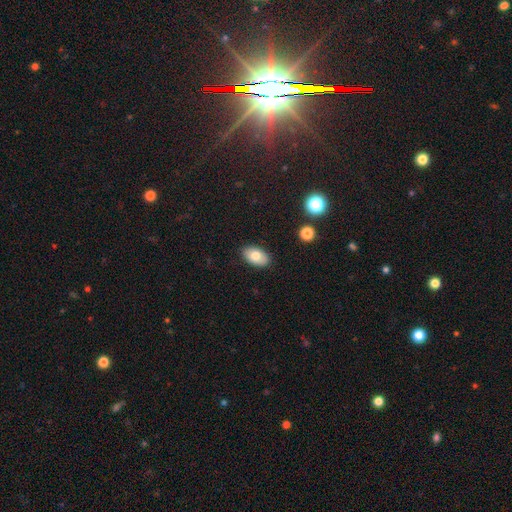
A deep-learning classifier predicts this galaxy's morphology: Q: Smooth or featured?
A: smooth (78%); runner-up: featured or disk (14%)
Q: How rounded?
A: in between (92%); runner-up: round (6%)
Q: Merging?
A: none (87%); runner-up: minor disturbance (9%)